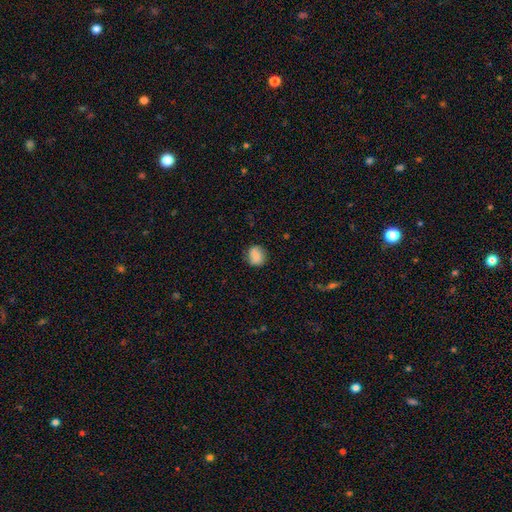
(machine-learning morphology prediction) smooth 83%, featured or disk 9%, star or artifact 9%. Down the decision tree: how rounded — round (72%); merging — none (79%).